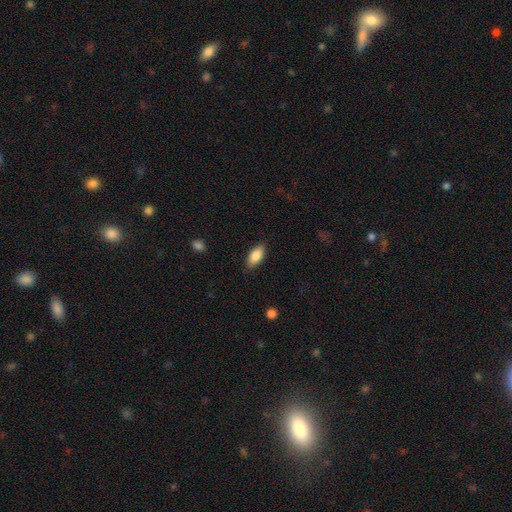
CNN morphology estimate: type=smooth (86%); roundness=in between (88%); merging=none (85%).